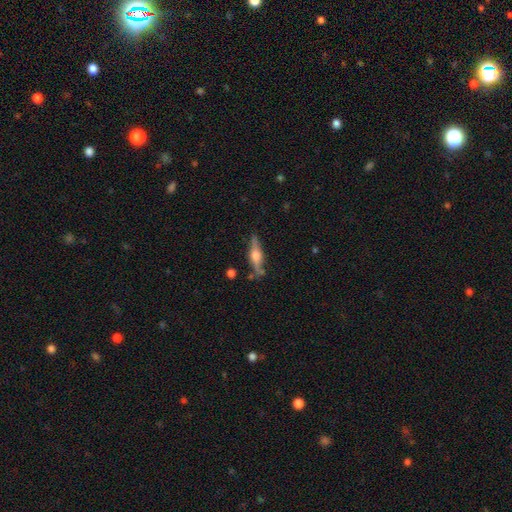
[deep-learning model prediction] Overall: featured or disk (68%). Edge-on disk: yes (96%). Edge-on bulge: rounded (90%). Merging: none (80%).